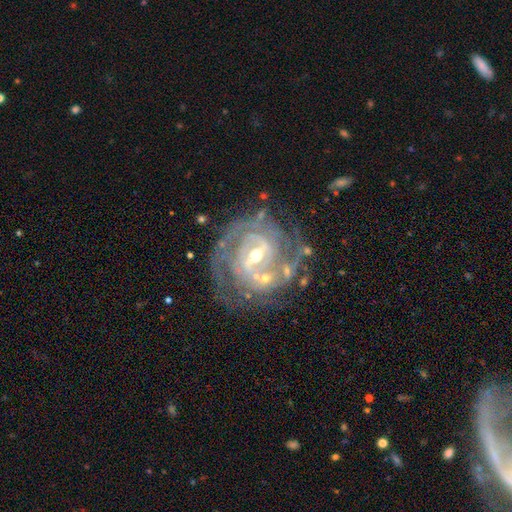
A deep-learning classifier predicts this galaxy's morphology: The model was most divided on "bar" (2-way tie): weak: 43%, strong: 43%, no: 14%. Remaining: edge-on disk — no (97%); spiral arms — yes (96%); smooth or featured — featured or disk (90%); merging — none (65%); spiral winding — tight (64%); bulge size — moderate (55%); spiral arm count — 2 (37%).